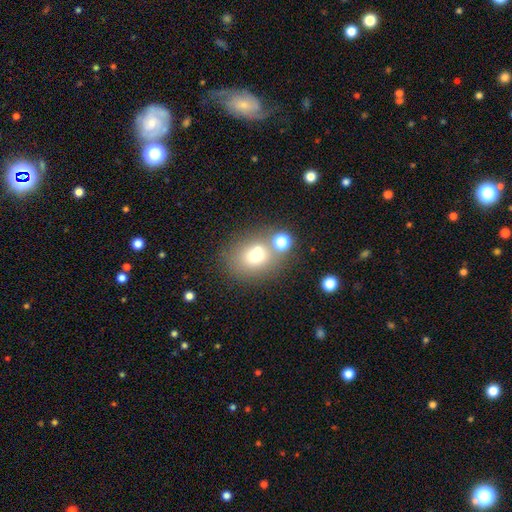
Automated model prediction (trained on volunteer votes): Smooth or featured?
  - smooth: 67% *
  - featured or disk: 17%
  - star or artifact: 15%
How rounded?
  - round: 63% *
  - in between: 36%
  - cigar-shaped: 1%
Merging?
  - none: 55% *
  - merger: 27%
  - minor disturbance: 12%
  - major disturbance: 6%